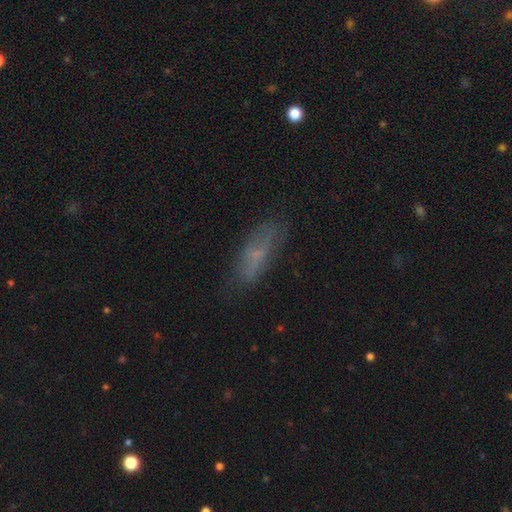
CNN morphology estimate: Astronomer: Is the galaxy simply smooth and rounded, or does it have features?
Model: smooth — 56%.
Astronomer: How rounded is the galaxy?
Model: in between — 56% (runner-up: cigar-shaped, 42%).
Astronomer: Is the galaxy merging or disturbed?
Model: none — 67%.